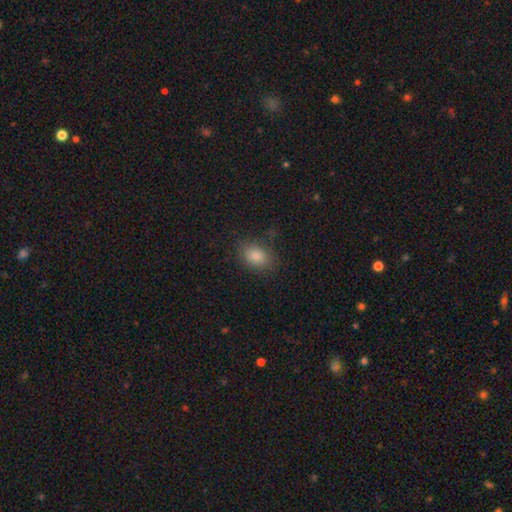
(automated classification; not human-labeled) This appears to be a smooth galaxy with no disk features (84%) that is in between round and cigar-shaped (73%). Merging: none (82%).